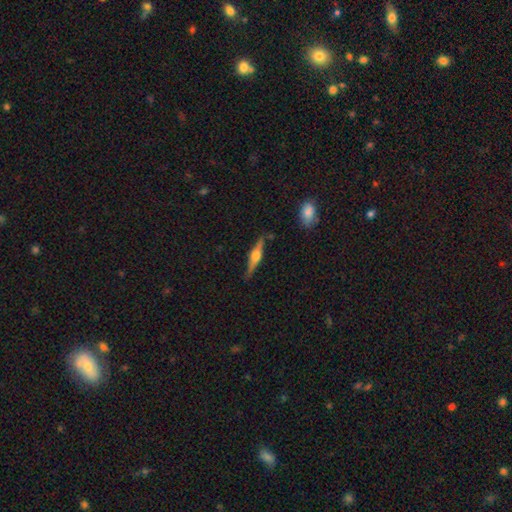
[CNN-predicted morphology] smooth_or_featured: featured or disk (p=0.74) [alt: smooth p=0.20]
disk_edge_on: yes (p=0.97) [alt: no p=0.03]
edge_on_bulge: rounded (p=0.90) [alt: boxy p=0.08]
merging: none (p=0.83) [alt: minor disturbance p=0.12]